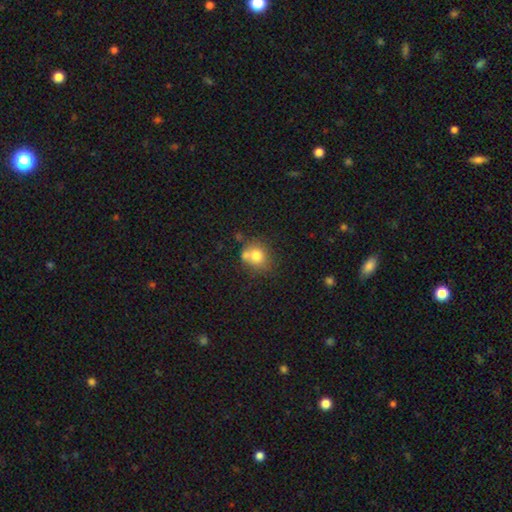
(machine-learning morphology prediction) This appears to be a smooth galaxy with no disk features (76%) that is round (77%). Merging: none (52%).